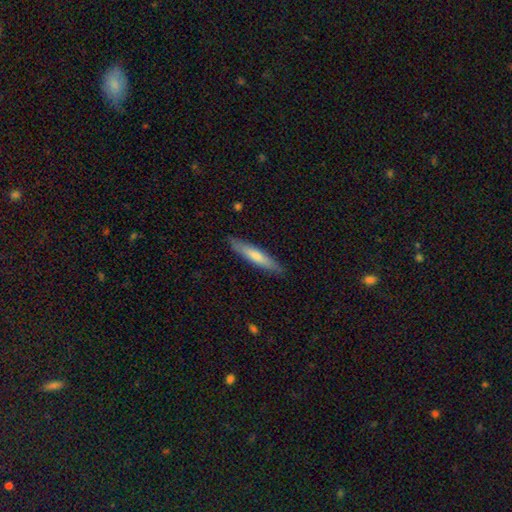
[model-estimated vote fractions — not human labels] This appears to be a smooth galaxy with no disk features (51%) that is cigar-shaped (92%). Merging: none (90%).